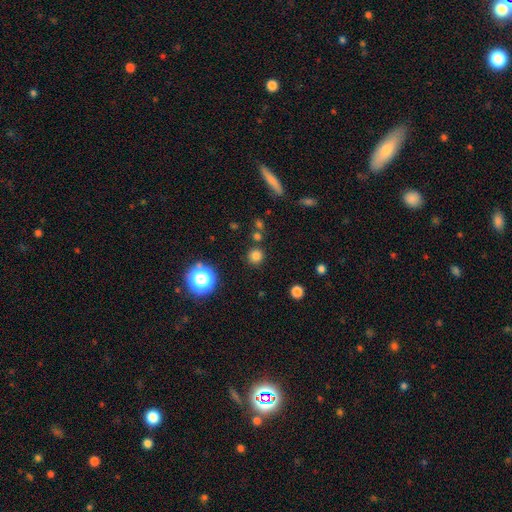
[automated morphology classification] smooth-or-featured: smooth: 76% | star or artifact: 18% | featured or disk: 5%
  how-rounded: round: 93% | in between: 6% | cigar-shaped: 1%
  merging: none: 85% | minor disturbance: 7% | merger: 5% | major disturbance: 3%